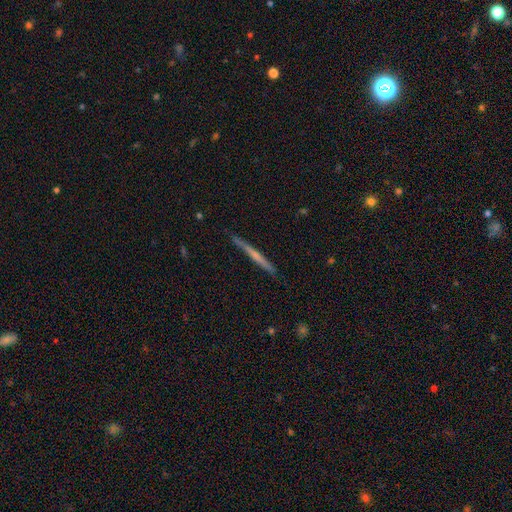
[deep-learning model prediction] Overall: featured or disk (52%; smooth 42%). Edge-on disk: yes (97%). Edge-on bulge: none (77%). Merging: none (87%).